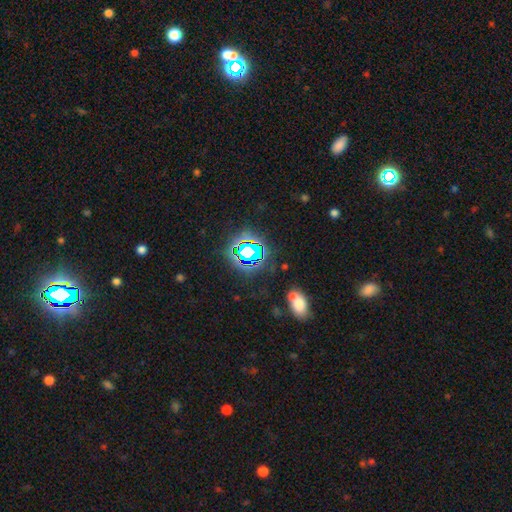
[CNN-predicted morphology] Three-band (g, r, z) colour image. It shows a star or artifact, not a galaxy (73%).